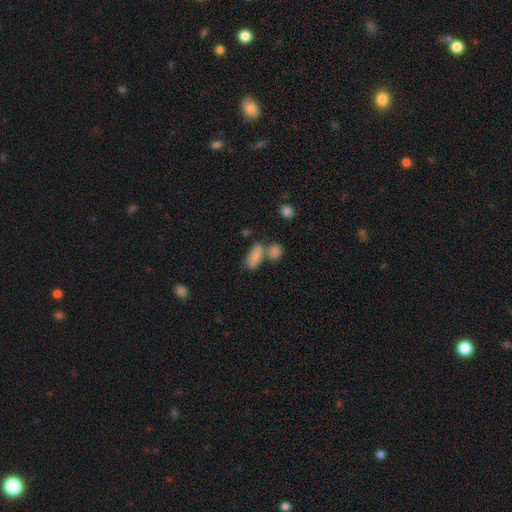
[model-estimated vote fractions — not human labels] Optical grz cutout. It shows a smooth galaxy with no disk features (80%) that is in between round and cigar-shaped (83%). Merging: merger (45%).